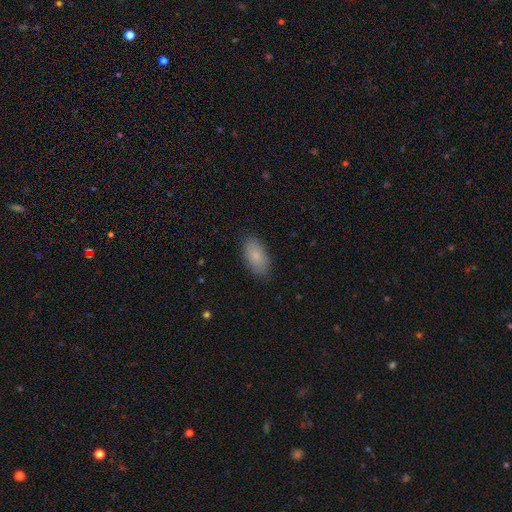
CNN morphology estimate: type=smooth (84%); roundness=in between (93%); merging=none (86%).